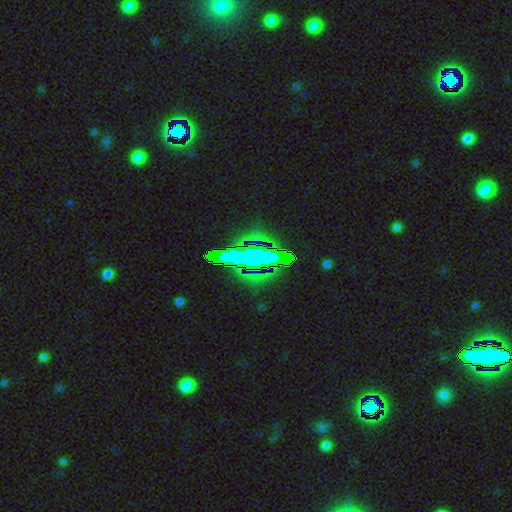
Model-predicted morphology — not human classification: Q: Smooth or featured?
A: star or artifact (59%); runner-up: featured or disk (23%)